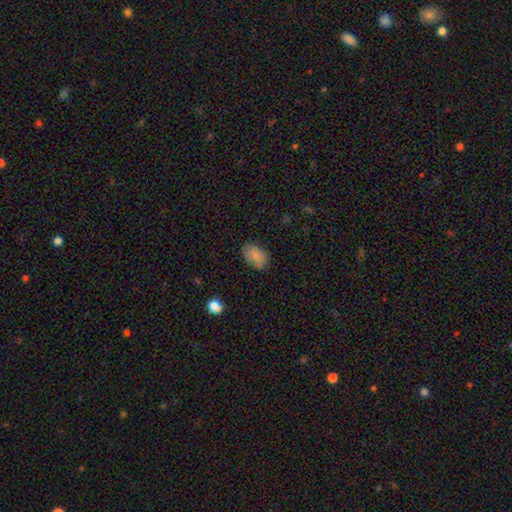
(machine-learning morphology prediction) smooth-or-featured: smooth: 85% | star or artifact: 8% | featured or disk: 7%
  how-rounded: in between: 88% | round: 11% | cigar-shaped: 1%
  merging: none: 81% | minor disturbance: 14% | major disturbance: 3% | merger: 2%